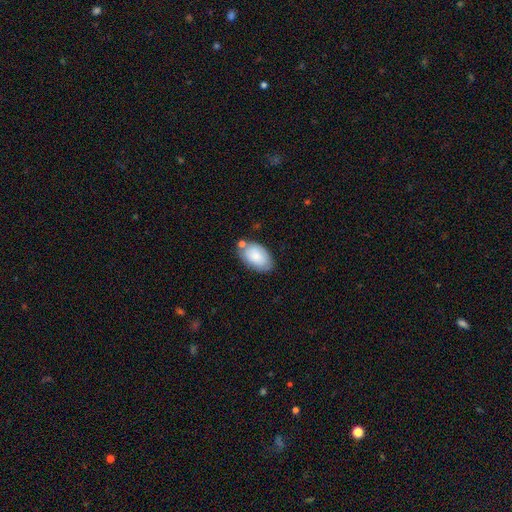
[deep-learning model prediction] The model was most divided on "merging": none: 65%, minor disturbance: 20%, merger: 10%, major disturbance: 5%. More confident: how rounded — in between (94%); smooth or featured — smooth (83%).